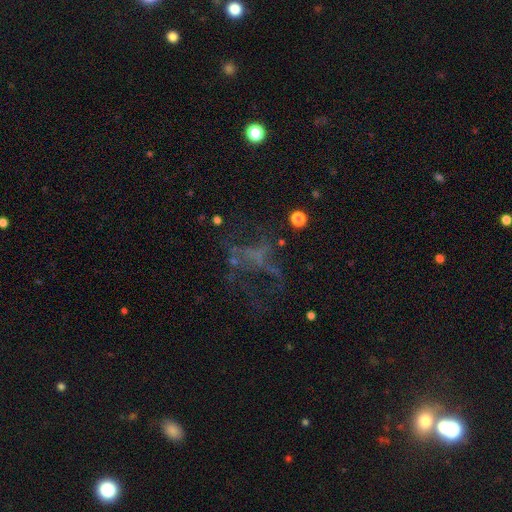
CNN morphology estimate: Smooth or featured?
  - featured or disk: 48% *
  - star or artifact: 33%
  - smooth: 19%
Merging?
  - none: 46% *
  - major disturbance: 36%
  - minor disturbance: 13%
  - merger: 5%